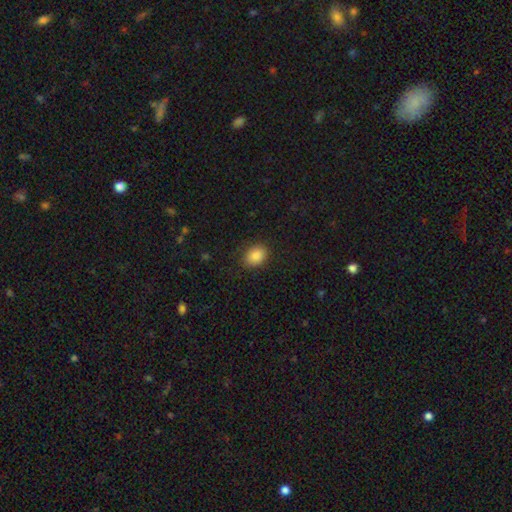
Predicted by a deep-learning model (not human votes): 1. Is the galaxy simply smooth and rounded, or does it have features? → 87% smooth, 9% star or artifact, 4% featured or disk.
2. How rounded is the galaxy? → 59% in between, 40% round, 1% cigar-shaped.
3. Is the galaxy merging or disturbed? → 86% none, 10% minor disturbance, 3% major disturbance, 1% merger.